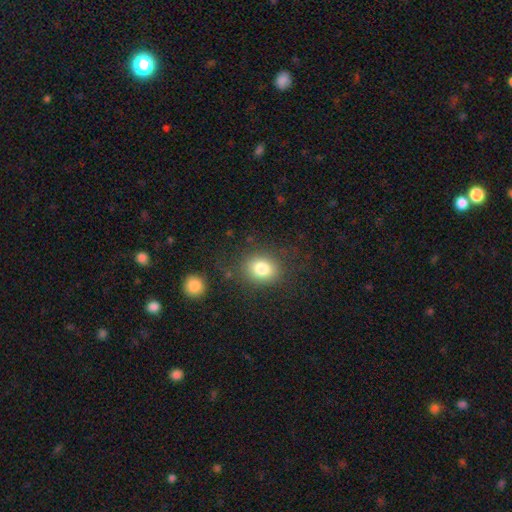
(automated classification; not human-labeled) Smooth or featured? smooth (79%)
How rounded? round (57%)
Merging? none (82%)